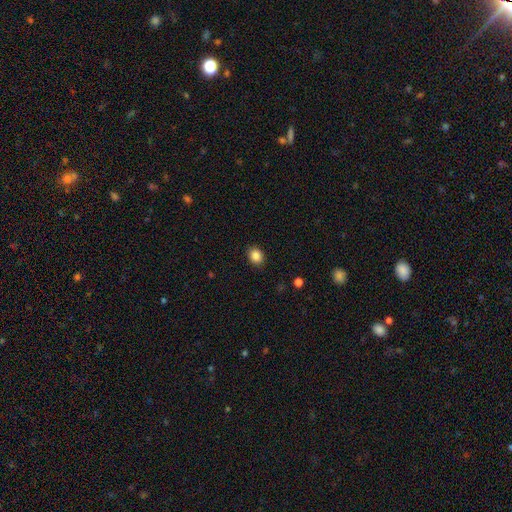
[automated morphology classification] type=smooth (86%); roundness=round (54%); merging=none (90%).